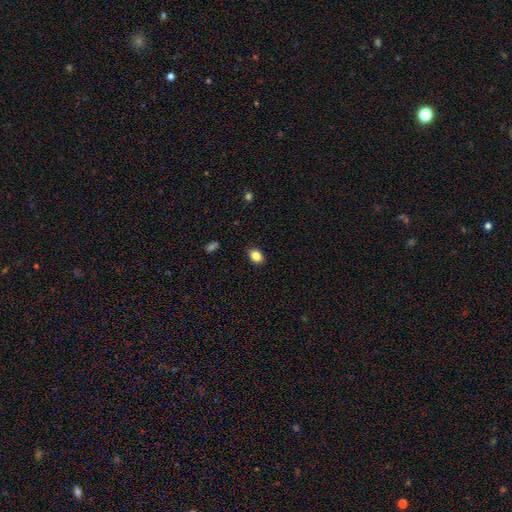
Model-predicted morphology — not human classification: The model was most divided on "how rounded": in between: 71%, round: 28%, cigar-shaped: 1%. More confident: merging — none (88%); smooth or featured — smooth (85%).